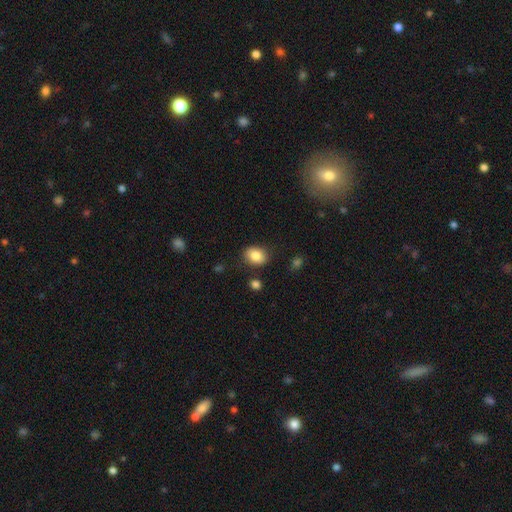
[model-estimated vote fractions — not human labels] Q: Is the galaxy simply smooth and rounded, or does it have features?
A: smooth — 85%.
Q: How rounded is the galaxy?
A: in between — 66%.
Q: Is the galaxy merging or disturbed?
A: none — 83%.